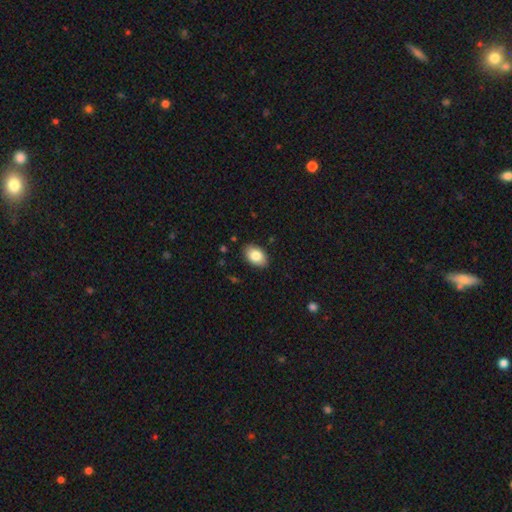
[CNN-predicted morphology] A smooth galaxy with no disk features (84%) that is in between round and cigar-shaped (89%).

Vote fractions:
- Smooth or featured? smooth: 84% / featured or disk: 8% / star or artifact: 7%
- How rounded? in between: 89% / round: 10% / cigar-shaped: 1%
- Merging? none: 87% / minor disturbance: 9% / major disturbance: 2% / merger: 1%